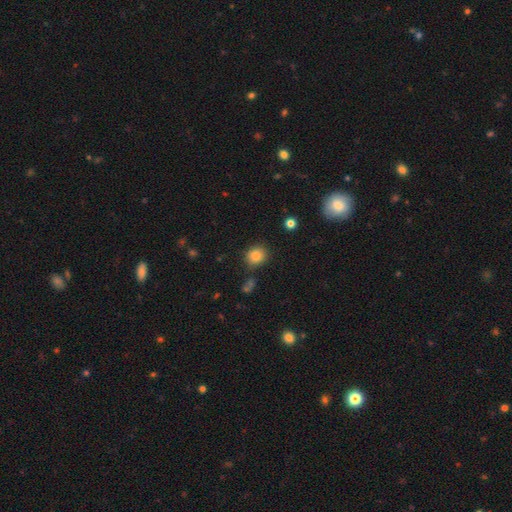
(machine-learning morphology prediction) Overall: smooth (84%). How rounded: round (74%). Merging: none (80%).